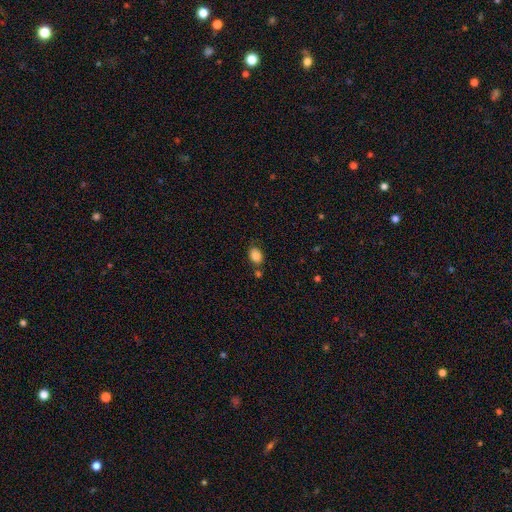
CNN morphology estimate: The model was most divided on "how rounded": in between: 69%, round: 30%, cigar-shaped: 1%. More confident: smooth or featured — smooth (86%); merging — none (72%).